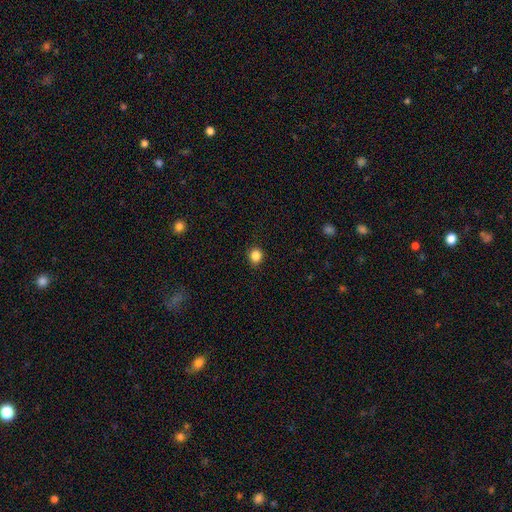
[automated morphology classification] Q: Smooth or featured?
A: smooth (85%); runner-up: star or artifact (11%)
Q: How rounded?
A: round (80%); runner-up: in between (19%)
Q: Merging?
A: none (89%); runner-up: minor disturbance (8%)